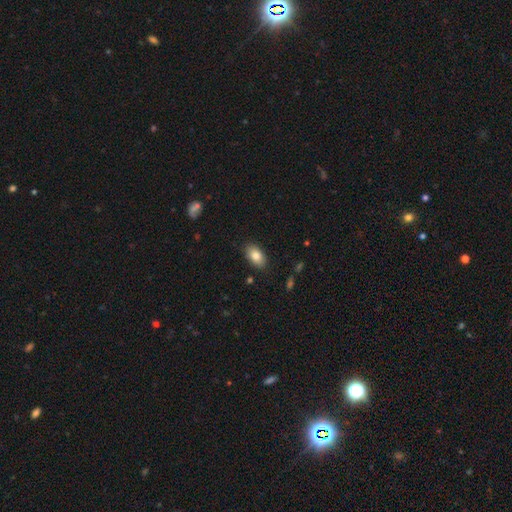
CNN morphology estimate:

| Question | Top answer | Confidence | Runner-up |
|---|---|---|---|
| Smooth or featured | smooth | 84% | featured or disk (9%) |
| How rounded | in between | 92% | round (6%) |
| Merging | none | 87% | minor disturbance (10%) |